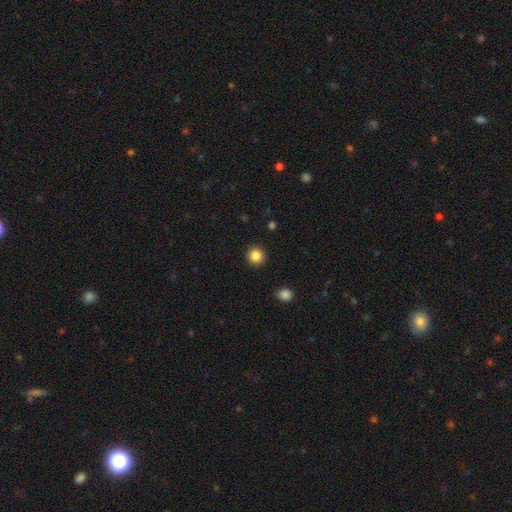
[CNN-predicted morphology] Q: Smooth or featured?
A: smooth (85%); runner-up: star or artifact (11%)
Q: How rounded?
A: round (93%); runner-up: in between (6%)
Q: Merging?
A: none (92%); runner-up: minor disturbance (5%)